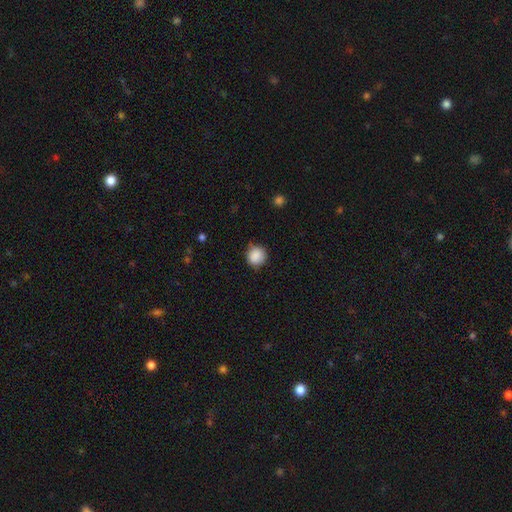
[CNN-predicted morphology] A smooth galaxy with no disk features (88%) that is round (89%).

Vote fractions:
- Smooth or featured? smooth: 88% / star or artifact: 9% / featured or disk: 3%
- How rounded? round: 89% / in between: 10% / cigar-shaped: 1%
- Merging? none: 81% / minor disturbance: 15% / major disturbance: 3% / merger: 1%